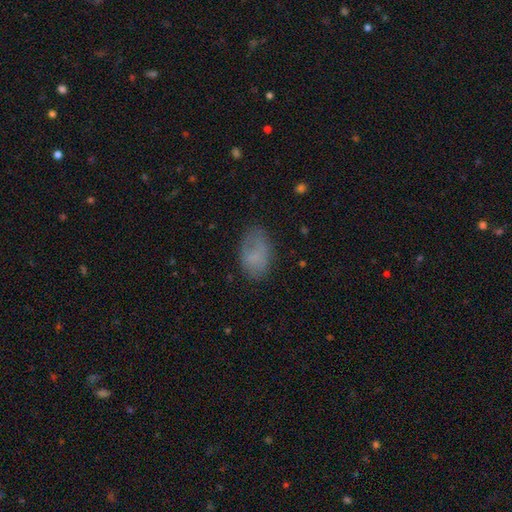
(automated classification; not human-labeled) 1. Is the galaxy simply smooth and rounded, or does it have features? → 73% smooth, 17% featured or disk, 9% star or artifact.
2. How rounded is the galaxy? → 89% in between, 10% round, 1% cigar-shaped.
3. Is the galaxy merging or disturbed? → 65% none, 24% minor disturbance, 10% major disturbance, 2% merger.